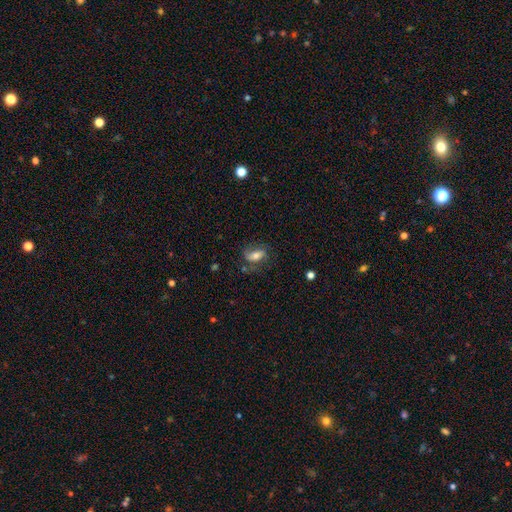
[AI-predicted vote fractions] smooth_or_featured: smooth (p=0.48) [alt: featured or disk p=0.43]
merging: none (p=0.59) [alt: minor disturbance p=0.23]